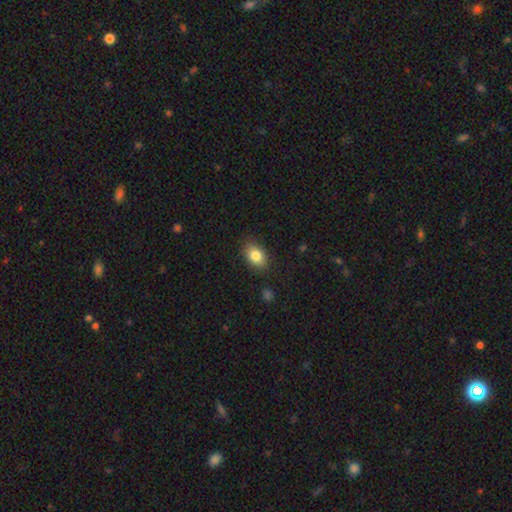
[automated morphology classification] The model was most divided on "how rounded": in between: 83%, round: 15%, cigar-shaped: 1%. More confident: merging — none (85%); smooth or featured — smooth (83%).